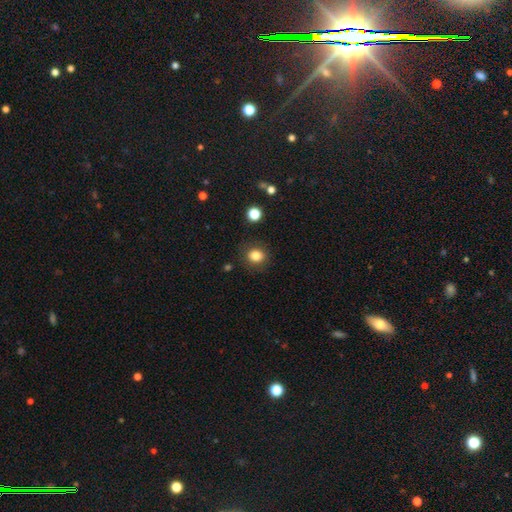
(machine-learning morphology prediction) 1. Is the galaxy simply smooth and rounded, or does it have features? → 83% smooth, 11% star or artifact, 6% featured or disk.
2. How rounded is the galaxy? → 69% round, 30% in between, 1% cigar-shaped.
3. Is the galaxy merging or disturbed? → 86% none, 10% minor disturbance, 3% major disturbance, 1% merger.